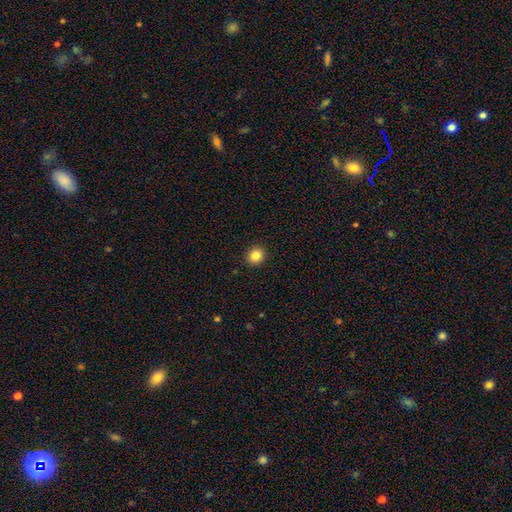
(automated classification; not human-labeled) Smooth or featured? Predicted: smooth (p=0.85). How rounded? Predicted: round (p=0.85). Merging? Predicted: none (p=0.92).